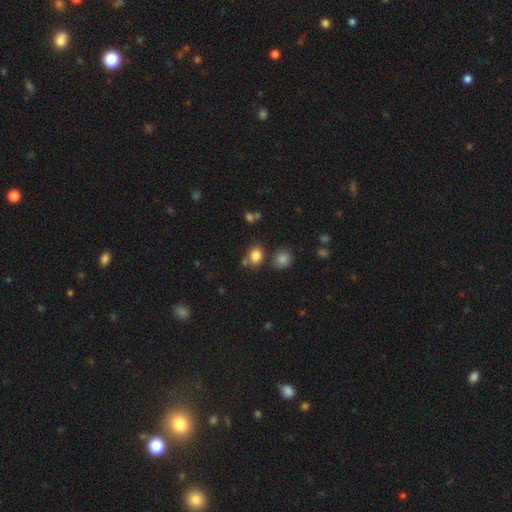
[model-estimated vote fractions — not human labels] smooth-or-featured: smooth: 82% | star or artifact: 12% | featured or disk: 6%
  how-rounded: round: 54% | in between: 45% | cigar-shaped: 1%
  merging: none: 67% | merger: 16% | minor disturbance: 13% | major disturbance: 4%